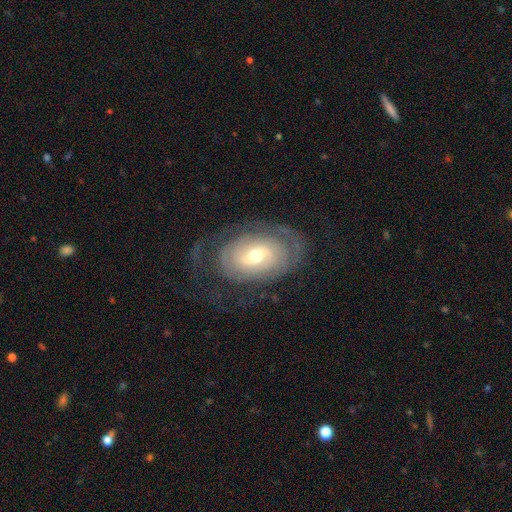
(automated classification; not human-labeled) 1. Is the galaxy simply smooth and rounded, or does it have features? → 76% featured or disk, 18% smooth, 6% star or artifact.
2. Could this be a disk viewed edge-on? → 95% no, 5% yes.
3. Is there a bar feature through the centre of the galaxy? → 48% no, 39% weak, 13% strong.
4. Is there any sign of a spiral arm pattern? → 83% yes, 17% no.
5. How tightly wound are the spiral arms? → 60% tight, 26% medium, 14% loose.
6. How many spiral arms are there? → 39% can't tell, 38% 2, 10% 1, 7% 3, 3% 4, 3% more than 4.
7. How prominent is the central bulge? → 62% moderate, 31% small, 5% large, 1% dominant, 1% none.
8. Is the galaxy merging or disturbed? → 60% none, 20% major disturbance, 19% minor disturbance, 1% merger.